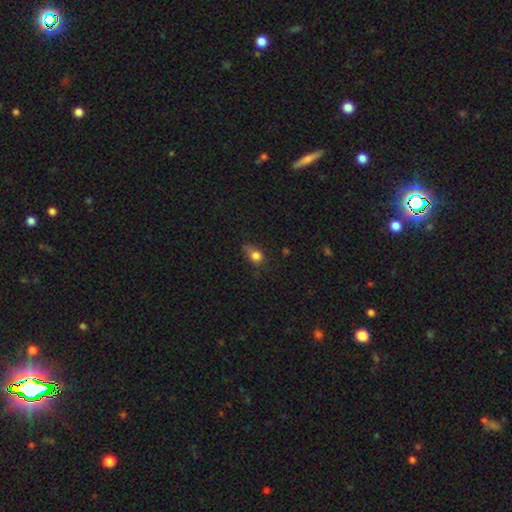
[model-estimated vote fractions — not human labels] smooth_or_featured: smooth (p=0.78) [alt: star or artifact p=0.13]
how_rounded: round (p=0.55) [alt: in between p=0.43]
merging: none (p=0.46) [alt: minor disturbance p=0.35]